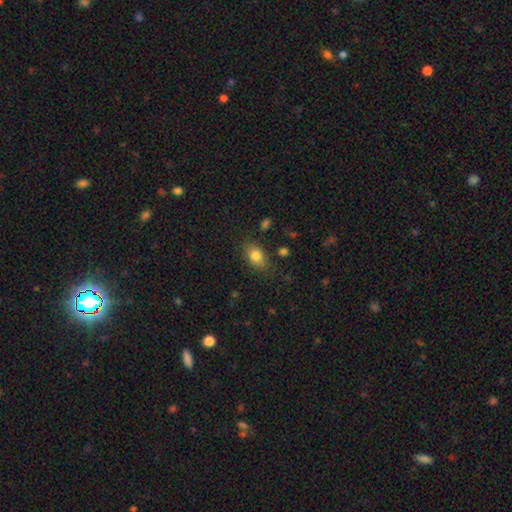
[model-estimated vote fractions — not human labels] A smooth galaxy with no disk features (81%) that is in between round and cigar-shaped (81%).

Vote fractions:
- Smooth or featured? smooth: 81% / featured or disk: 10% / star or artifact: 9%
- How rounded? in between: 81% / round: 16% / cigar-shaped: 3%
- Merging? none: 76% / minor disturbance: 17% / major disturbance: 5% / merger: 3%